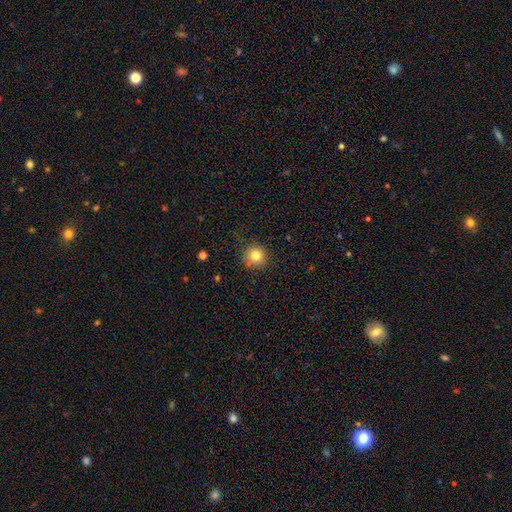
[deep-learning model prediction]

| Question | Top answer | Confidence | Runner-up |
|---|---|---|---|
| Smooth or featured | smooth | 80% | star or artifact (12%) |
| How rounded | round | 93% | in between (6%) |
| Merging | none | 84% | minor disturbance (10%) |